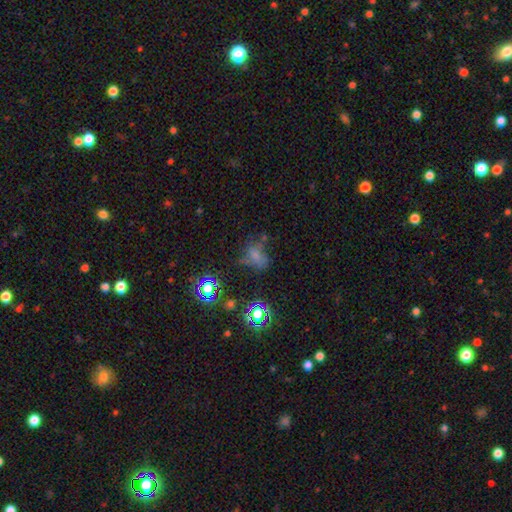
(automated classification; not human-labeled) Smooth or featured: smooth — 45% (star or artifact — 31%)
Merging: none — 42% (major disturbance — 27%)